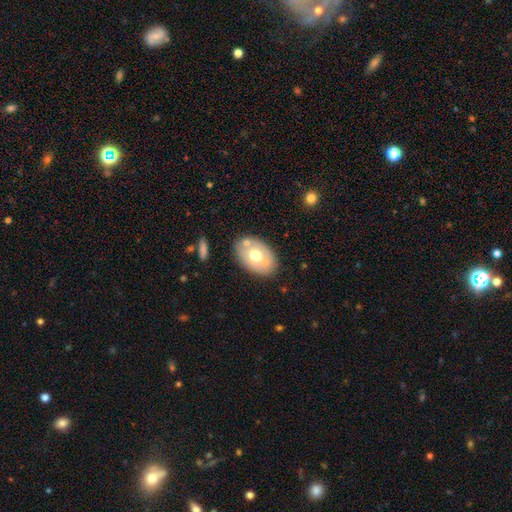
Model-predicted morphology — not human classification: Smooth or featured? smooth (59%)
How rounded? in between (86%)
Merging? none (75%)